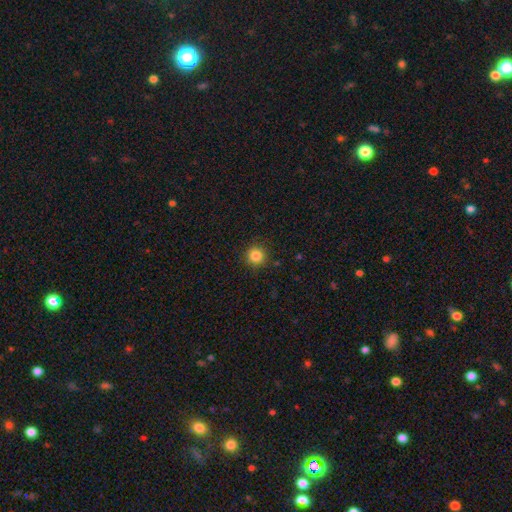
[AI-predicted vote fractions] smooth_or_featured: smooth (p=0.84) [alt: star or artifact p=0.11]
how_rounded: round (p=0.93) [alt: in between p=0.06]
merging: none (p=0.89) [alt: minor disturbance p=0.07]